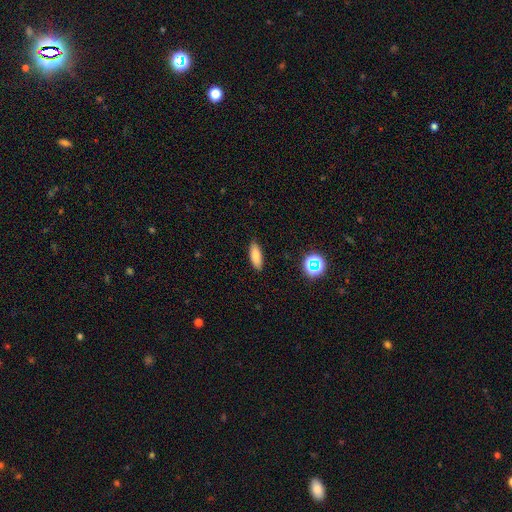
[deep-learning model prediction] smooth-or-featured: smooth: 82% | star or artifact: 10% | featured or disk: 9%
  how-rounded: in between: 65% | cigar-shaped: 33% | round: 3%
  merging: none: 88% | minor disturbance: 9% | major disturbance: 2% | merger: 1%